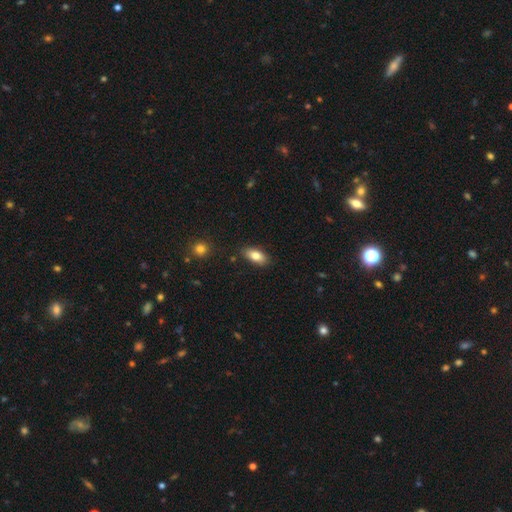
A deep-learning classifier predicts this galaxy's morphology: Overall: smooth (80%). How rounded: in between (89%). Merging: none (85%).